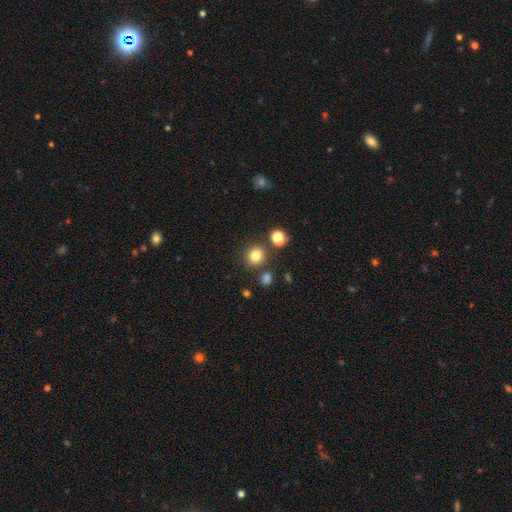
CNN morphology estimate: A smooth galaxy with no disk features (81%) that is round (89%). Merging: none (84%).